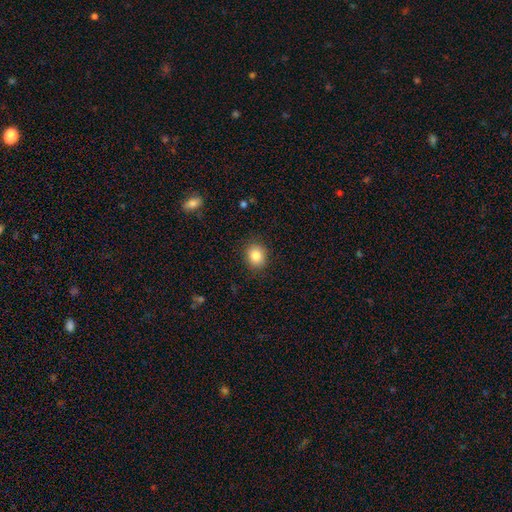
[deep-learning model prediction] This appears to be a smooth galaxy with no disk features (84%) that is round (66%). Merging: none (88%).